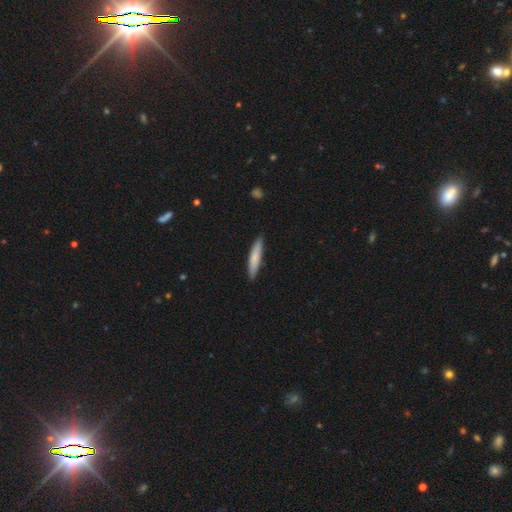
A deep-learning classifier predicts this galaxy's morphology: Smooth or featured? Predicted: smooth (p=0.77). How rounded? Predicted: cigar-shaped (p=0.86). Merging? Predicted: none (p=0.88).